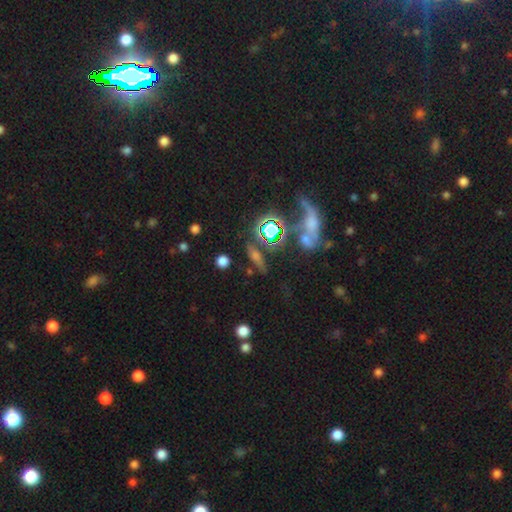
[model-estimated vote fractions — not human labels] Q: Smooth or featured?
A: star or artifact (40%); runner-up: smooth (36%)